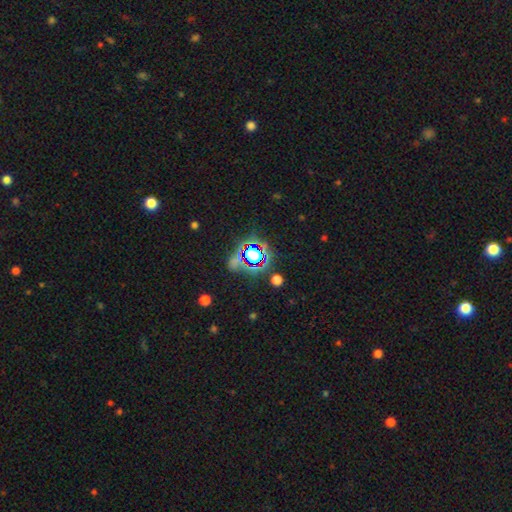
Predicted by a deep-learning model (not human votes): Smooth or featured? star or artifact (64%)